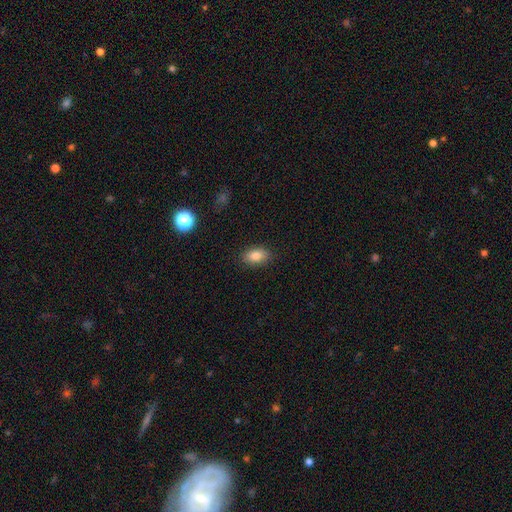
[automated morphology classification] A smooth galaxy with no disk features (84%) that is in between round and cigar-shaped (89%).

Vote fractions:
- Smooth or featured? smooth: 84% / star or artifact: 8% / featured or disk: 8%
- How rounded? in between: 89% / round: 9% / cigar-shaped: 2%
- Merging? none: 88% / minor disturbance: 9% / major disturbance: 2% / merger: 1%